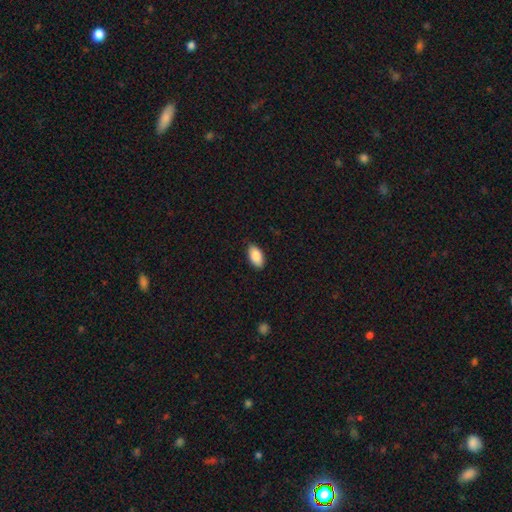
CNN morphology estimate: smooth-or-featured: smooth: 87% | star or artifact: 6% | featured or disk: 6%
  how-rounded: in between: 94% | round: 3% | cigar-shaped: 3%
  merging: none: 85% | minor disturbance: 12% | major disturbance: 2% | merger: 1%